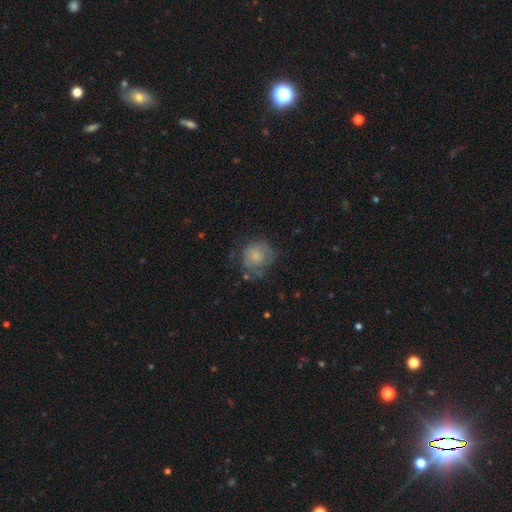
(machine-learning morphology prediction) A smooth galaxy with no disk features (60%) that is round (80%).

Vote fractions:
- Smooth or featured? smooth: 60% / featured or disk: 32% / star or artifact: 8%
- How rounded? round: 80% / in between: 19% / cigar-shaped: 1%
- Merging? none: 51% / minor disturbance: 28% / major disturbance: 18% / merger: 3%